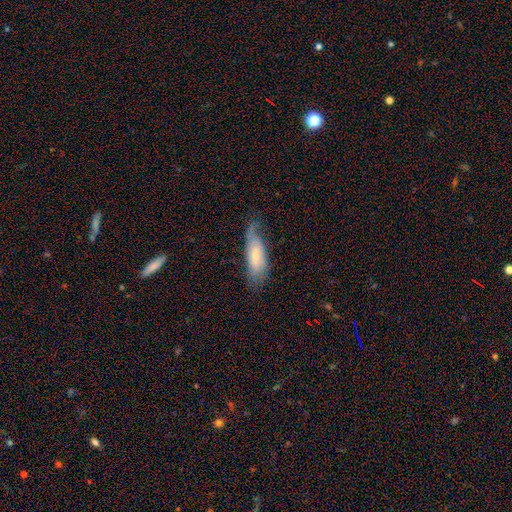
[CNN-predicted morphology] smooth 51%, featured or disk 42%, star or artifact 7%. Down the decision tree: how rounded — in between (63%); merging — none (55%).